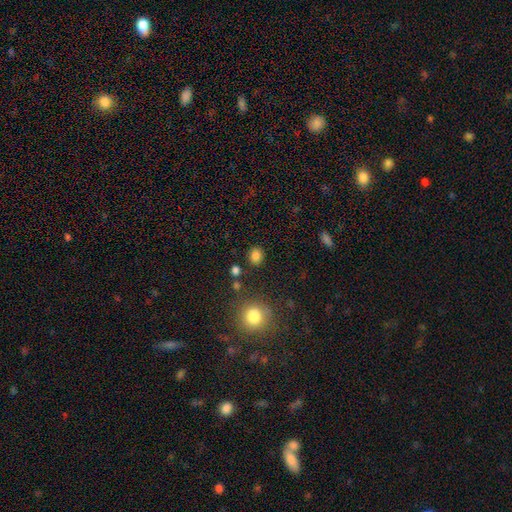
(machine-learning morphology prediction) smooth_or_featured: smooth (p=0.83) [alt: star or artifact p=0.13]
how_rounded: round (p=0.67) [alt: in between p=0.32]
merging: none (p=0.85) [alt: minor disturbance p=0.08]